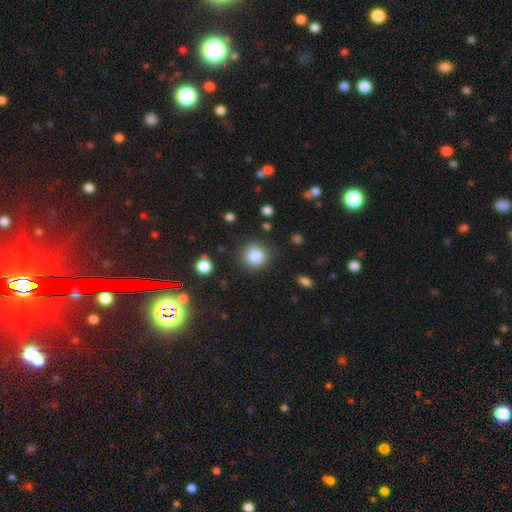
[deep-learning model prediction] A smooth galaxy with no disk features (83%) that is round (90%). Merging: none (83%).